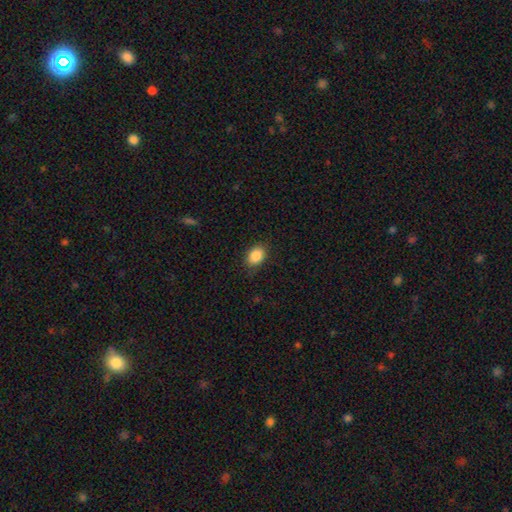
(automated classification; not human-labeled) Smooth or featured? smooth (88%)
How rounded? in between (76%)
Merging? none (85%)